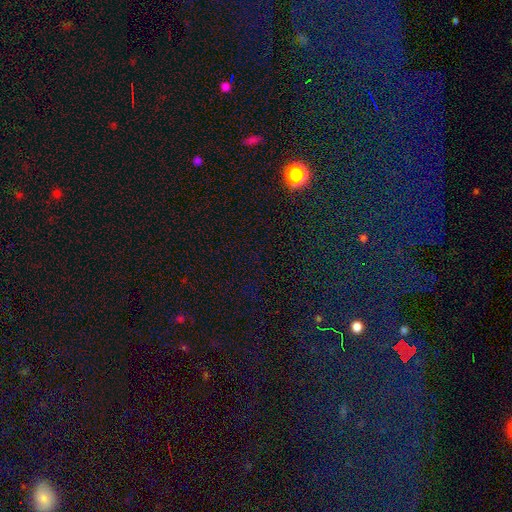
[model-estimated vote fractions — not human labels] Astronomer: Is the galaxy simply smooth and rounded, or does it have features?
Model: star or artifact — 73%.